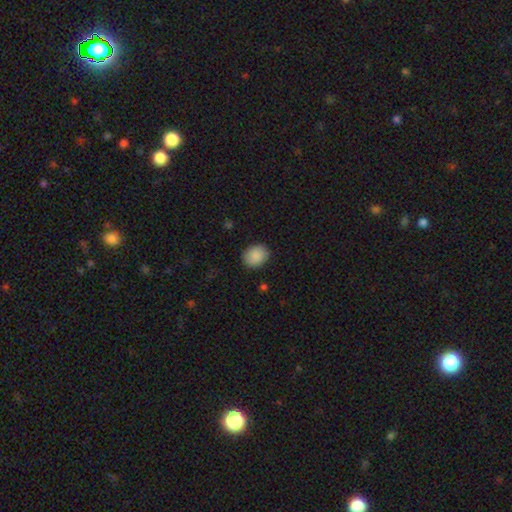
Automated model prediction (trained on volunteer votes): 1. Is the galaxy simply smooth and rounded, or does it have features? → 89% smooth, 7% star or artifact, 4% featured or disk.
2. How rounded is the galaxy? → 53% round, 47% in between, 1% cigar-shaped.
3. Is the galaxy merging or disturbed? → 87% none, 9% minor disturbance, 2% major disturbance, 1% merger.